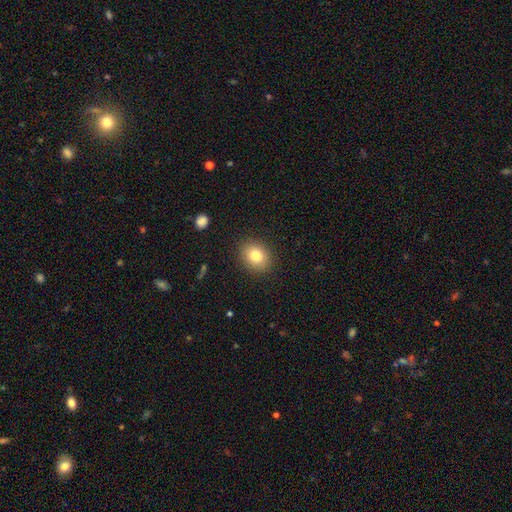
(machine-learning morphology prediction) smooth_or_featured: smooth (p=0.81) [alt: star or artifact p=0.10]
how_rounded: round (p=0.59) [alt: in between p=0.40]
merging: none (p=0.89) [alt: minor disturbance p=0.08]